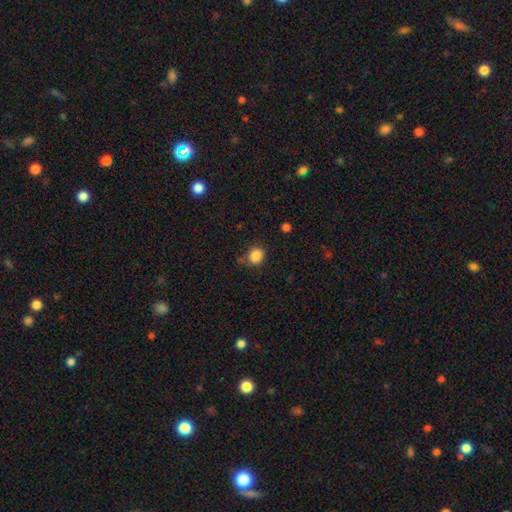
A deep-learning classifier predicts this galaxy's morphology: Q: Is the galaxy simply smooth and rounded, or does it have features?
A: smooth — 86%.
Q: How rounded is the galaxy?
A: round — 78%.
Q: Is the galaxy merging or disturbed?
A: none — 73%.